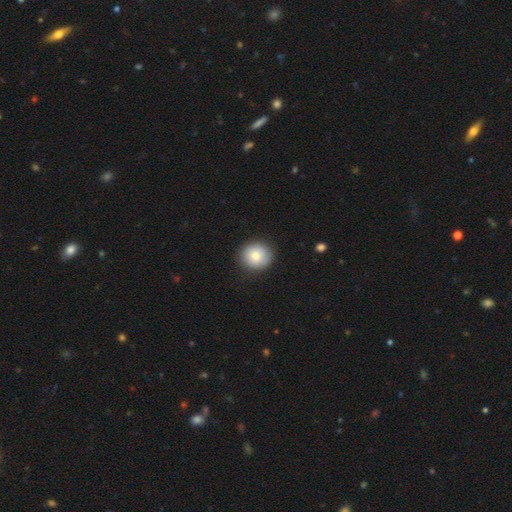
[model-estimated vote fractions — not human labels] Smooth or featured: smooth — 83% (featured or disk — 10%)
How rounded: round — 87% (in between — 12%)
Merging: none — 89% (minor disturbance — 8%)